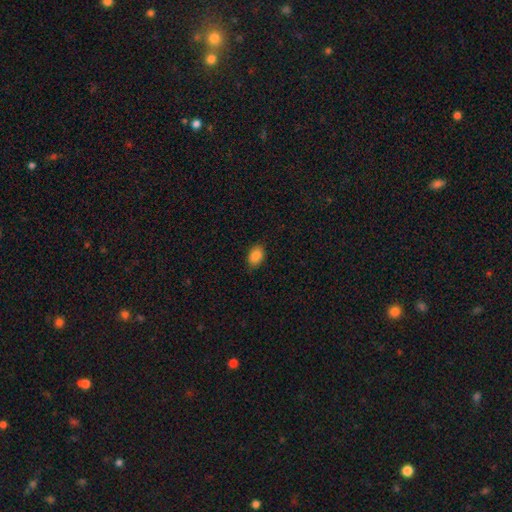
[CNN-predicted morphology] A smooth galaxy with no disk features (87%) that is in between round and cigar-shaped (87%). Merging: none (86%).